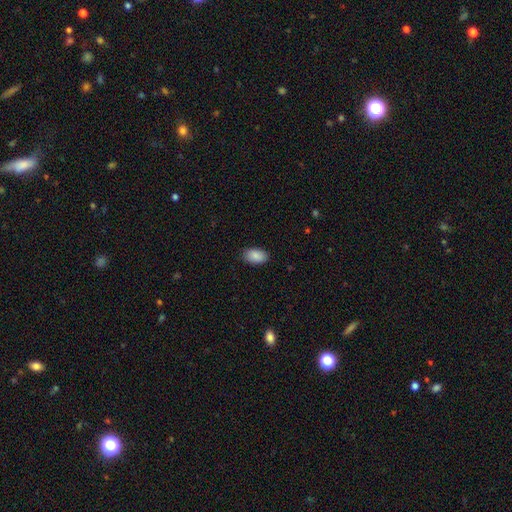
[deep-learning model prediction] The model was most divided on "merging": none: 88%, minor disturbance: 9%, major disturbance: 2%, merger: 1%. More confident: how rounded — in between (94%); smooth or featured — smooth (89%).